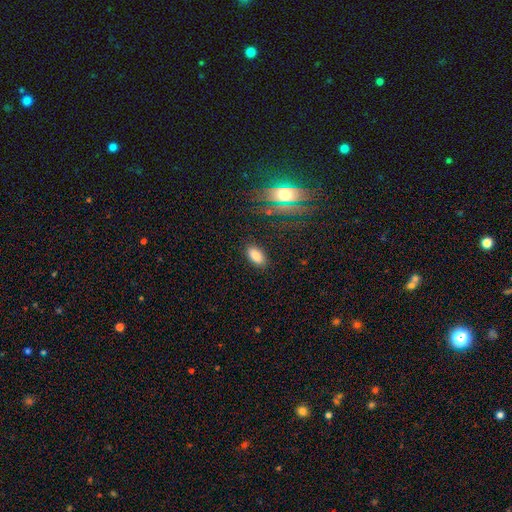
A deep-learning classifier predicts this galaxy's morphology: A smooth galaxy with no disk features (82%) that is in between round and cigar-shaped (92%). Merging: none (86%).